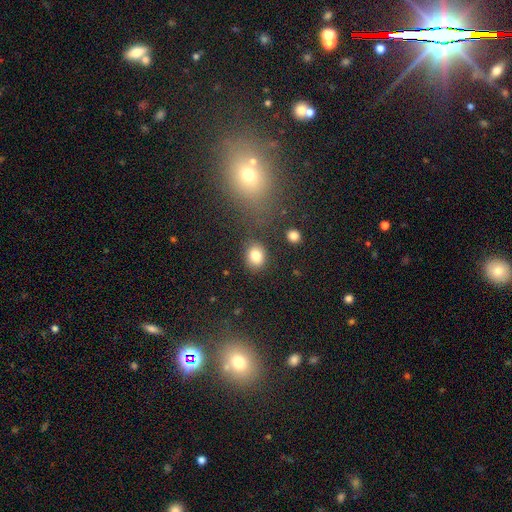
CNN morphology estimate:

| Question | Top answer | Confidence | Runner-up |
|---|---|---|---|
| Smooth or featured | smooth | 82% | star or artifact (10%) |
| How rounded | round | 51% | in between (48%) |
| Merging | none | 83% | minor disturbance (10%) |